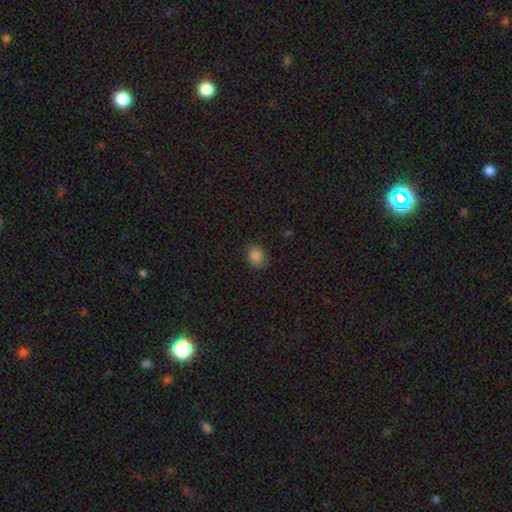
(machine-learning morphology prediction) The model was most divided on "how rounded": round: 59%, in between: 40%, cigar-shaped: 1%. More confident: smooth or featured — smooth (85%); merging — none (80%).